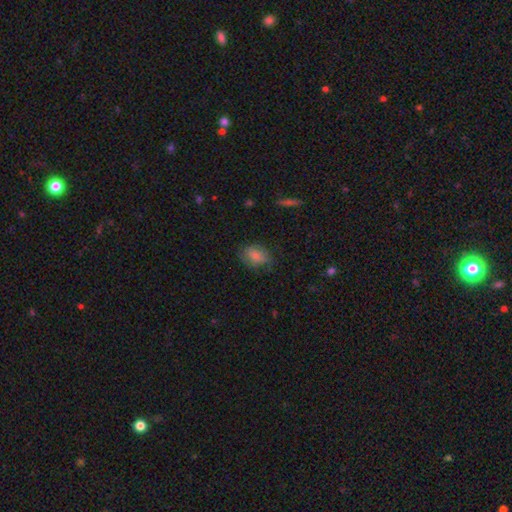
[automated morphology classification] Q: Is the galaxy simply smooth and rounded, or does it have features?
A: smooth — 77%.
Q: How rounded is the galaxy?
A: in between — 72%.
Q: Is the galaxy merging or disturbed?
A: none — 63%.